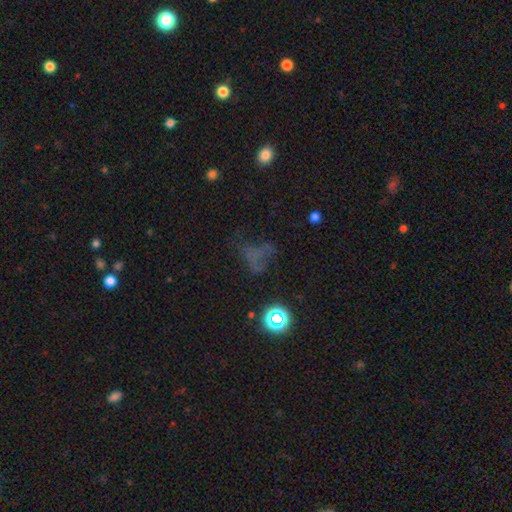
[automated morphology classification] Overall: star or artifact (40%; smooth 38%).